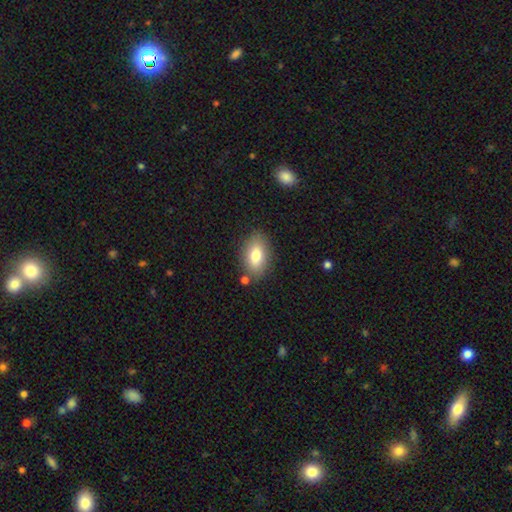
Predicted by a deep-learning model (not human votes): Smooth or featured? Predicted: smooth (p=0.78). How rounded? Predicted: in between (p=0.90). Merging? Predicted: none (p=0.81).